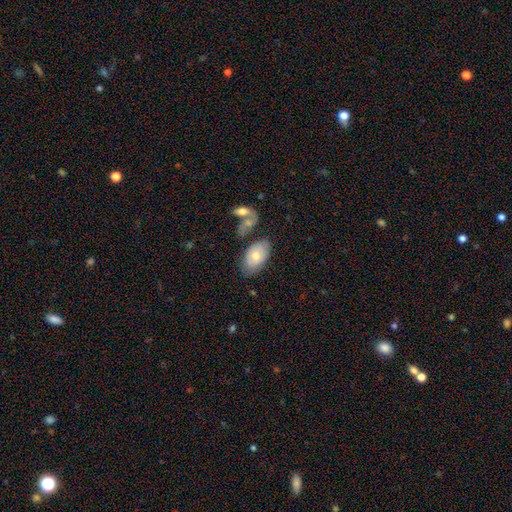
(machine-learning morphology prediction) smooth-or-featured: smooth: 71% | featured or disk: 22% | star or artifact: 6%
  how-rounded: in between: 94% | round: 5% | cigar-shaped: 2%
  merging: none: 64% | minor disturbance: 18% | merger: 12% | major disturbance: 6%